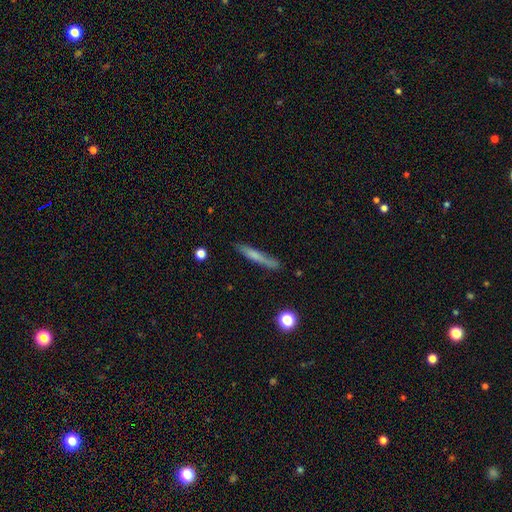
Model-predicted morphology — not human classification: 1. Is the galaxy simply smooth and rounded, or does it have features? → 61% smooth, 32% featured or disk, 8% star or artifact.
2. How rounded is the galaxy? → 93% cigar-shaped, 5% in between, 2% round.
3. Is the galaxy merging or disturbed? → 78% none, 16% minor disturbance, 4% major disturbance, 2% merger.